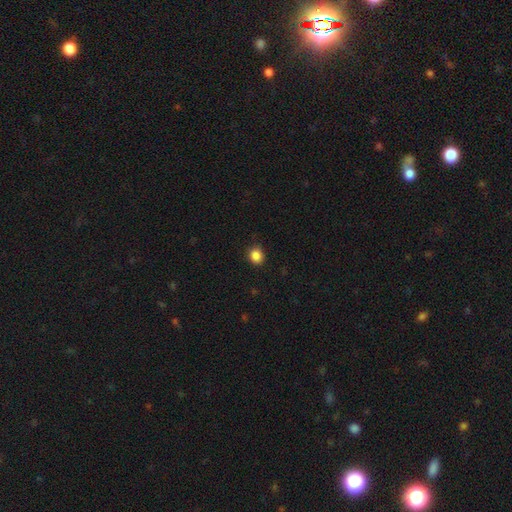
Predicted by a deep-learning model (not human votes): Q: Smooth or featured?
A: smooth (86%); runner-up: star or artifact (11%)
Q: How rounded?
A: round (80%); runner-up: in between (20%)
Q: Merging?
A: none (87%); runner-up: minor disturbance (10%)